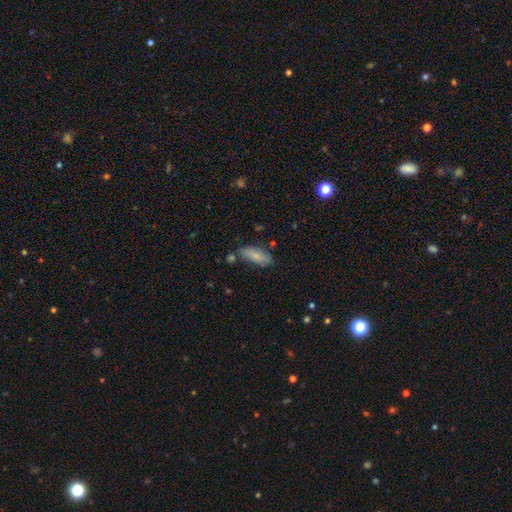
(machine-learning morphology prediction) Q: Smooth or featured?
A: smooth (80%); runner-up: featured or disk (14%)
Q: How rounded?
A: in between (72%); runner-up: cigar-shaped (25%)
Q: Merging?
A: none (72%); runner-up: minor disturbance (18%)